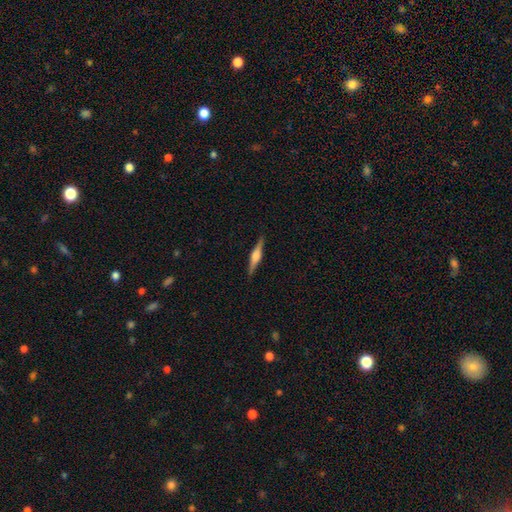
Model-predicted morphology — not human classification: smooth-or-featured: featured or disk: 71% | smooth: 23% | star or artifact: 6%
  disk-edge-on: yes: 98% | no: 2%
    edge-on-bulge: rounded: 79% | boxy: 17% | none: 4%
  merging: none: 90% | minor disturbance: 7% | major disturbance: 2% | merger: 1%